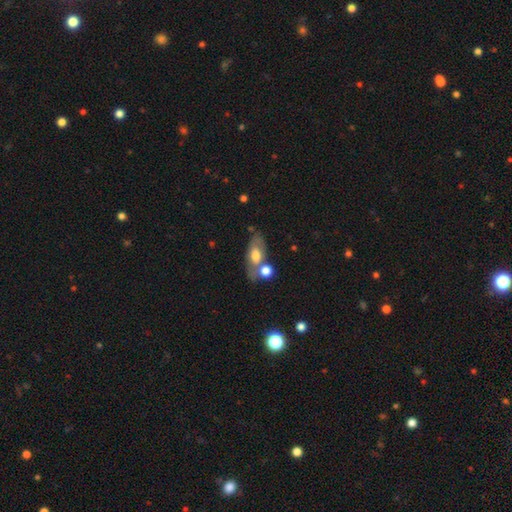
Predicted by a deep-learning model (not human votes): A smooth galaxy with no disk features (59%) that is in between round and cigar-shaped (82%). Merging: none (50%).